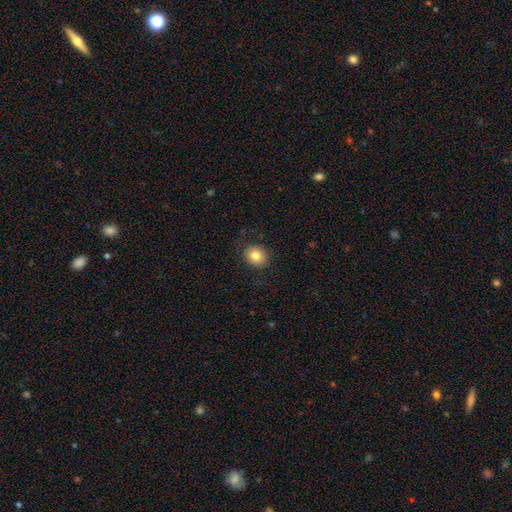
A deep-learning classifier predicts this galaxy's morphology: Smooth or featured? smooth (81%)
How rounded? round (75%)
Merging? none (86%)